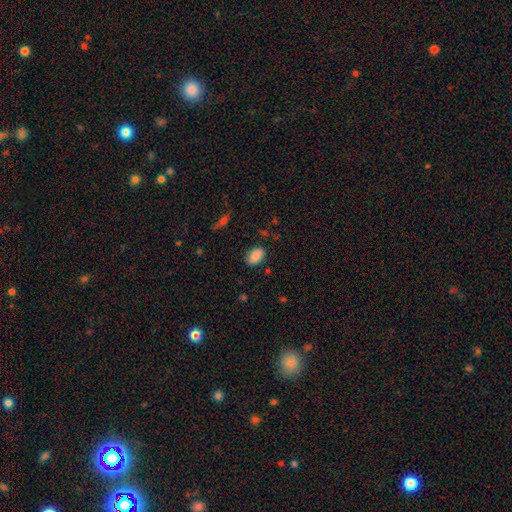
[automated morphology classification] A smooth galaxy with no disk features (87%) that is in between round and cigar-shaped (87%). Merging: none (83%).